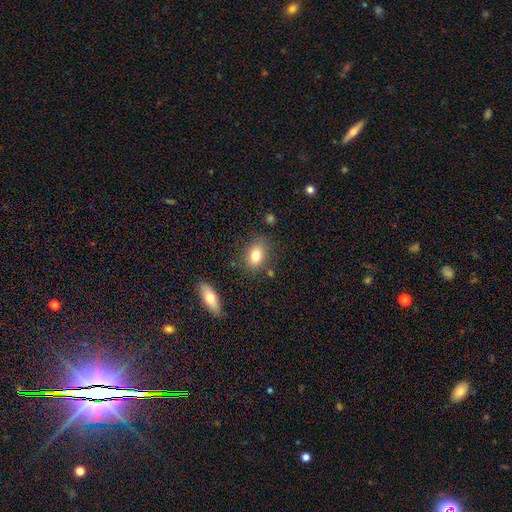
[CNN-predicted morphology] smooth_or_featured: smooth (p=0.79) [alt: featured or disk p=0.12]
how_rounded: in between (p=0.76) [alt: round p=0.22]
merging: none (p=0.77) [alt: minor disturbance p=0.14]